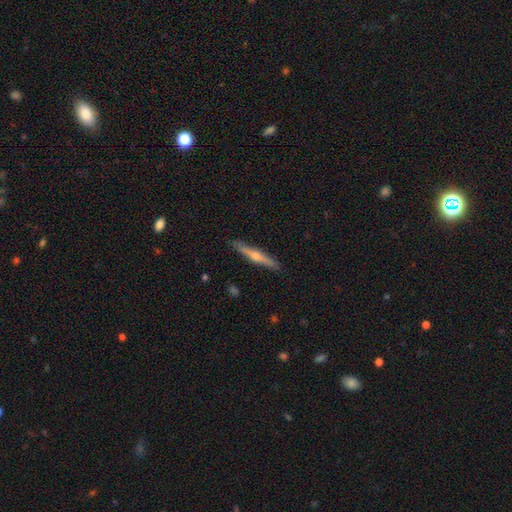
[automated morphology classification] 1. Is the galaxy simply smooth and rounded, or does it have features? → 65% featured or disk, 30% smooth, 6% star or artifact.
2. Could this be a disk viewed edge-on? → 97% yes, 3% no.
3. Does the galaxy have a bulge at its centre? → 88% rounded, 9% none, 3% boxy.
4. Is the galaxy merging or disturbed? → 90% none, 8% minor disturbance, 1% major disturbance, 1% merger.